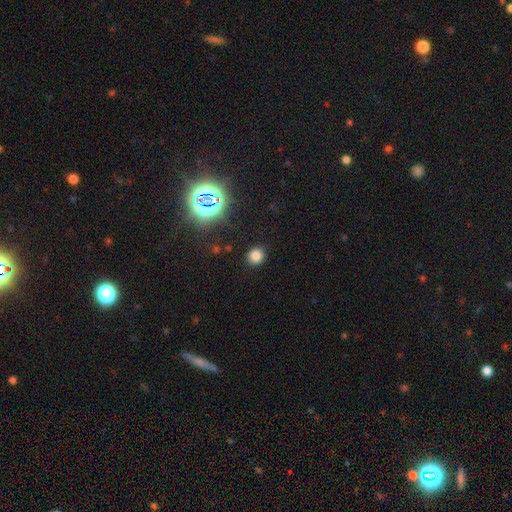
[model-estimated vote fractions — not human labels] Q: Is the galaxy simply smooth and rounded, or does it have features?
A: smooth — 76%.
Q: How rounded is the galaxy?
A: round — 81%.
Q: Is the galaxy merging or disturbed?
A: none — 88%.